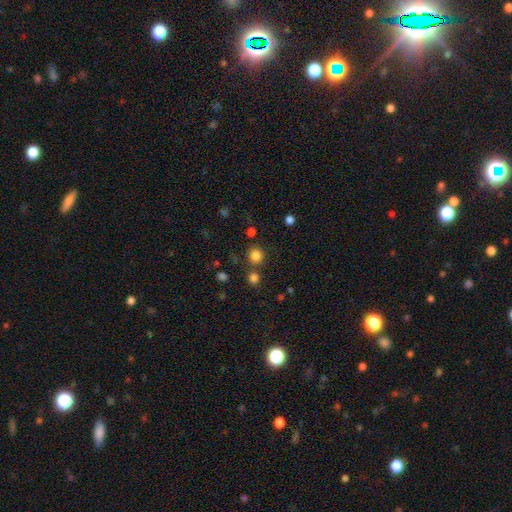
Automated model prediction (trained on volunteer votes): Q: Smooth or featured?
A: smooth (81%); runner-up: star or artifact (15%)
Q: How rounded?
A: round (89%); runner-up: in between (10%)
Q: Merging?
A: none (77%); runner-up: merger (13%)